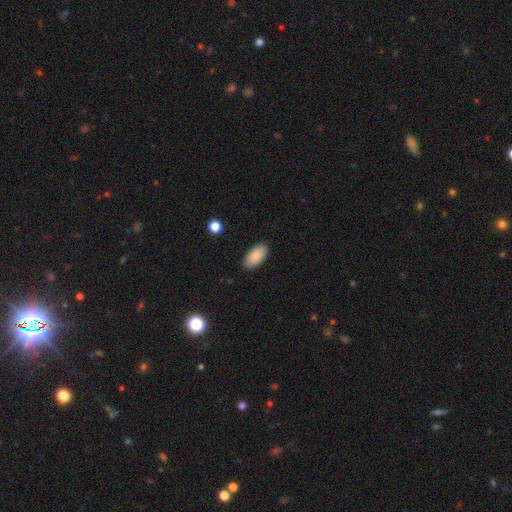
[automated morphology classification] Overall: smooth (88%). How rounded: in between (95%). Merging: none (89%).